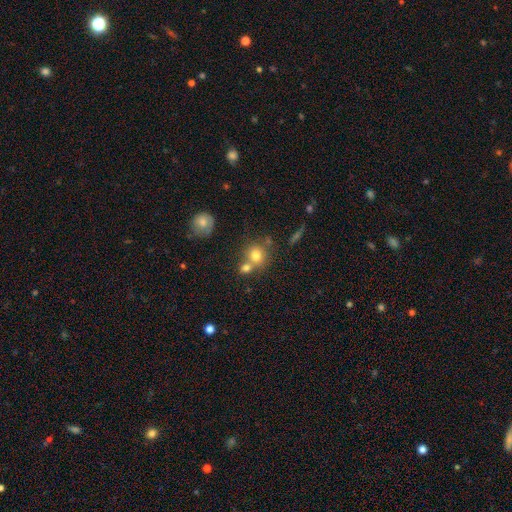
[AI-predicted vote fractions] Smooth or featured?
  - smooth: 75% *
  - featured or disk: 13%
  - star or artifact: 12%
How rounded?
  - round: 81% *
  - in between: 18%
  - cigar-shaped: 1%
Merging?
  - none: 49% *
  - merger: 38%
  - minor disturbance: 9%
  - major disturbance: 4%